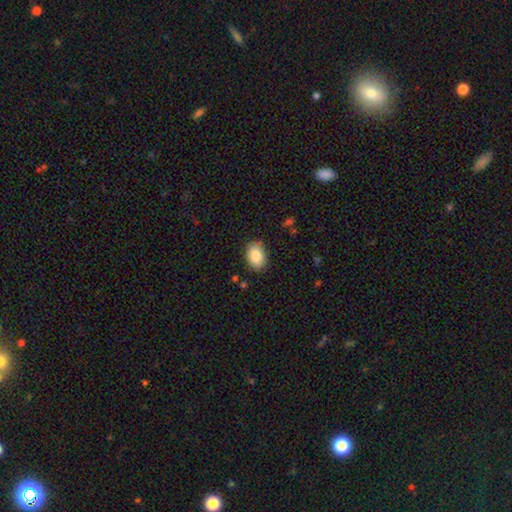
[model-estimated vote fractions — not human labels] smooth-or-featured: smooth: 87% | star or artifact: 7% | featured or disk: 6%
  how-rounded: in between: 81% | round: 18% | cigar-shaped: 1%
  merging: none: 84% | minor disturbance: 12% | major disturbance: 3% | merger: 1%